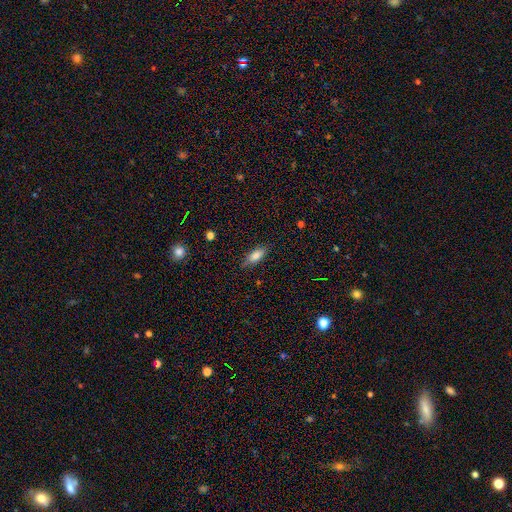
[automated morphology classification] smooth_or_featured: smooth (p=0.80) [alt: featured or disk p=0.12]
how_rounded: in between (p=0.71) [alt: cigar-shaped p=0.26]
merging: none (p=0.81) [alt: minor disturbance p=0.15]